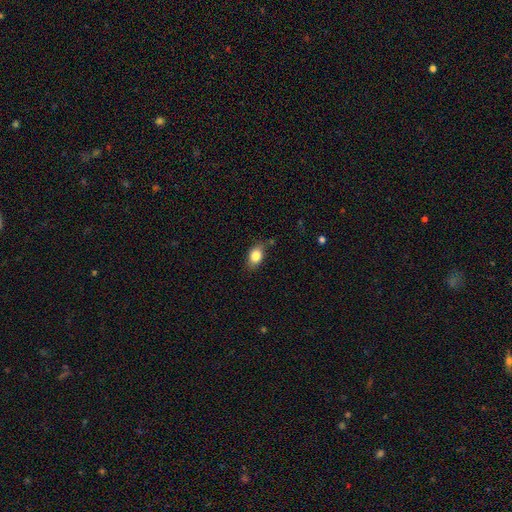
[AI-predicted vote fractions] Morphology: type=smooth (84%); roundness=in between (78%); merging=none (74%).